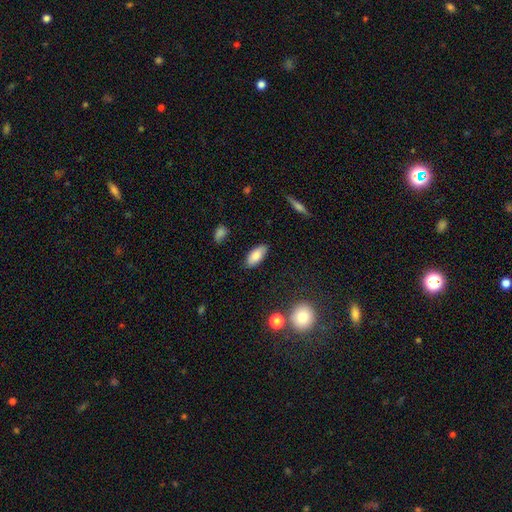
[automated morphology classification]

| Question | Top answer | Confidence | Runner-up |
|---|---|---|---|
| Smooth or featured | smooth | 83% | featured or disk (9%) |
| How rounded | in between | 88% | cigar-shaped (10%) |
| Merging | none | 85% | minor disturbance (11%) |